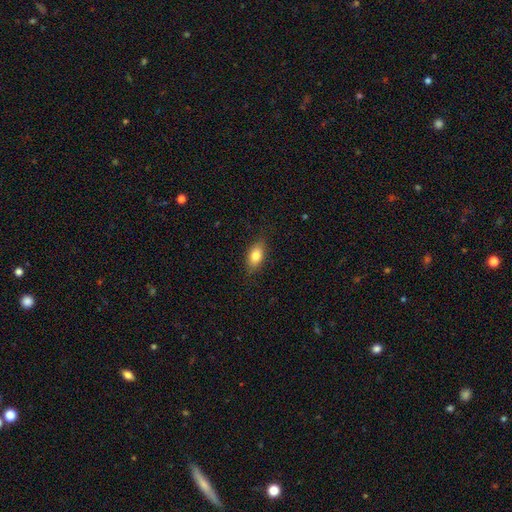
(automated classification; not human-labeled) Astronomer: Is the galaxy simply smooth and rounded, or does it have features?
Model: smooth — 82%.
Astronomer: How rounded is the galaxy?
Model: in between — 88%.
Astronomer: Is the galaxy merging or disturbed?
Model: none — 84%.